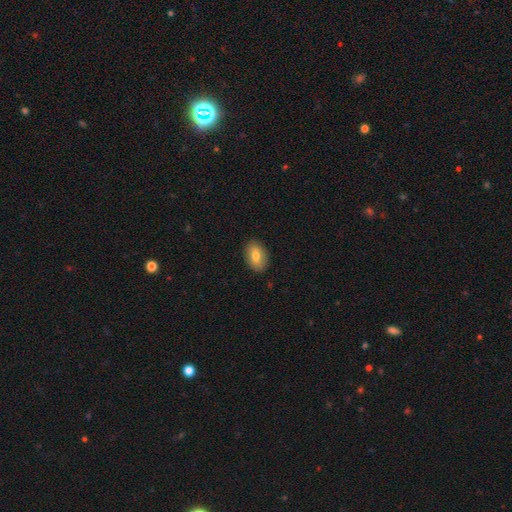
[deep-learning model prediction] Q: Smooth or featured?
A: smooth (74%); runner-up: featured or disk (19%)
Q: How rounded?
A: in between (88%); runner-up: round (10%)
Q: Merging?
A: none (88%); runner-up: minor disturbance (9%)